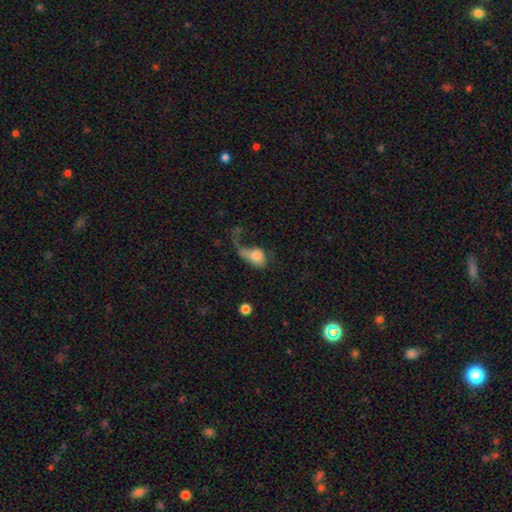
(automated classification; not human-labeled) Smooth or featured?
  - smooth: 66% *
  - featured or disk: 25%
  - star or artifact: 9%
How rounded?
  - in between: 74% *
  - round: 23%
  - cigar-shaped: 3%
Merging?
  - major disturbance: 63% *
  - none: 14%
  - minor disturbance: 14%
  - merger: 9%